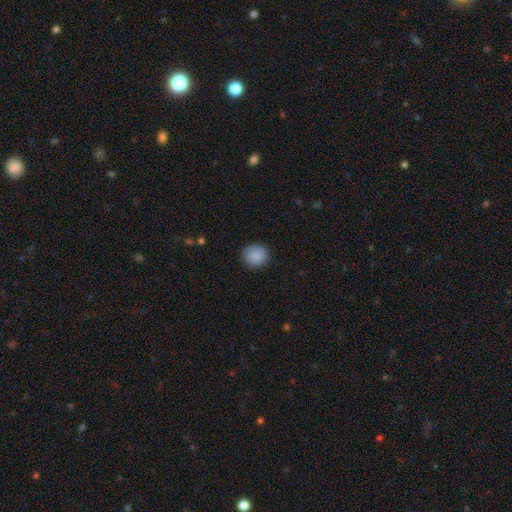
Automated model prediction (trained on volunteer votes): Smooth or featured?
  - smooth: 89% *
  - star or artifact: 8%
  - featured or disk: 4%
How rounded?
  - round: 90% *
  - in between: 9%
  - cigar-shaped: 1%
Merging?
  - none: 90% *
  - minor disturbance: 7%
  - major disturbance: 2%
  - merger: 1%